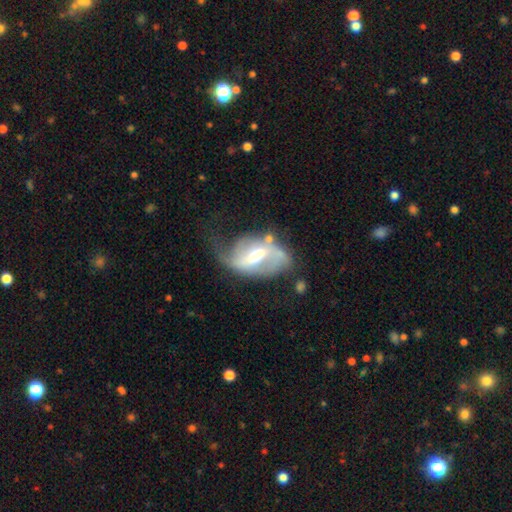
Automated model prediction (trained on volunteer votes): smooth_or_featured: featured or disk (p=0.77) [alt: smooth p=0.17]
disk_edge_on: no (p=0.96) [alt: yes p=0.04]
bar: weak (p=0.46) [alt: strong p=0.39]
has_spiral_arms: yes (p=0.86) [alt: no p=0.14]
spiral_winding: loose (p=0.62) [alt: medium p=0.29]
spiral_arm_count: 2 (p=0.76) [alt: 1 p=0.11]
bulge_size: moderate (p=0.59) [alt: small p=0.24]
merging: none (p=0.37) [alt: major disturbance p=0.31]